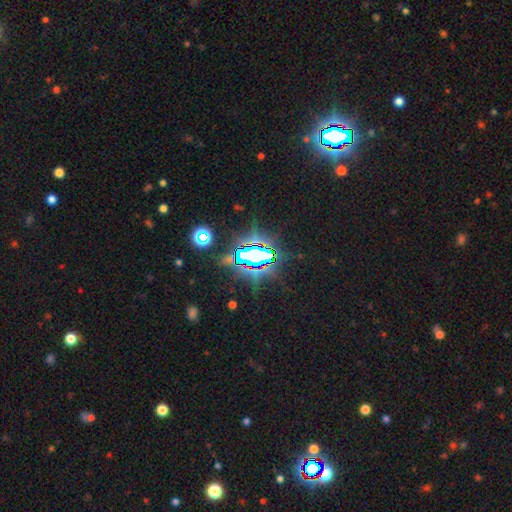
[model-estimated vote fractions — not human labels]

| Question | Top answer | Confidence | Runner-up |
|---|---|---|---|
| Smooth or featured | star or artifact | 78% | smooth (11%) |